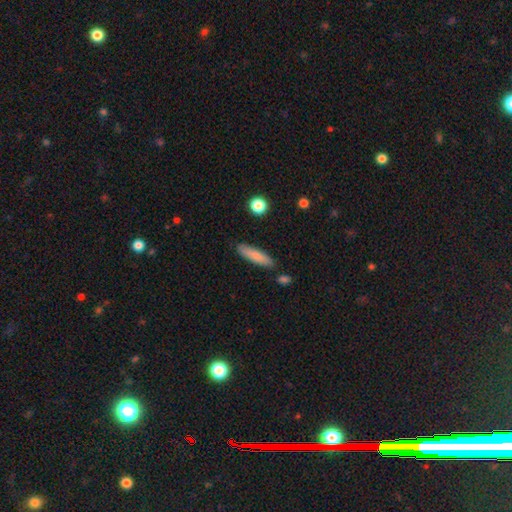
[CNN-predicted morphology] This appears to be a smooth galaxy with no disk features (79%) that is cigar-shaped (76%). Merging: none (83%).